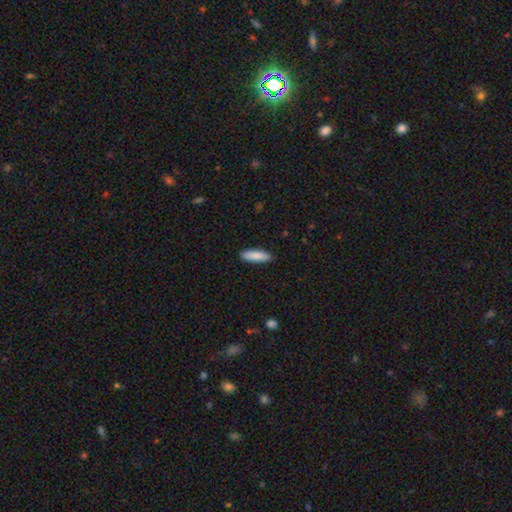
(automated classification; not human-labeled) The model was most divided on "how rounded": cigar-shaped: 56%, in between: 42%, round: 2%. More confident: merging — none (90%); smooth or featured — smooth (87%).